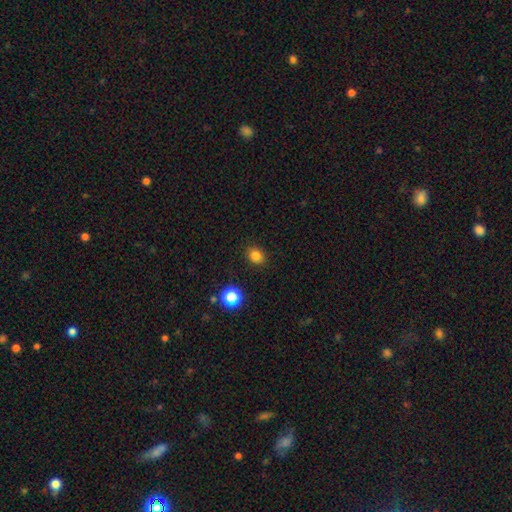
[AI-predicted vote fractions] Smooth or featured?
  - smooth: 82% *
  - star or artifact: 13%
  - featured or disk: 5%
How rounded?
  - round: 57% *
  - in between: 42%
  - cigar-shaped: 1%
Merging?
  - none: 88% *
  - minor disturbance: 8%
  - major disturbance: 2%
  - merger: 1%